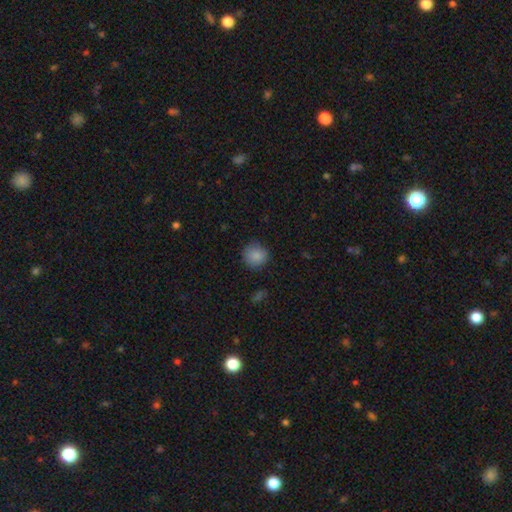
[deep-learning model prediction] This is clearly a smooth galaxy (87%). How rounded: clearly round (91%). Merging: clearly none (84%).